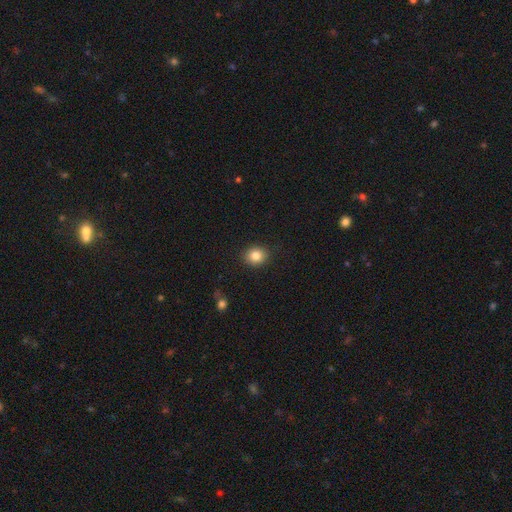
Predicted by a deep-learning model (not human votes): A smooth galaxy with no disk features (84%) that is round (71%).

Vote fractions:
- Smooth or featured? smooth: 84% / star or artifact: 10% / featured or disk: 6%
- How rounded? round: 71% / in between: 28% / cigar-shaped: 1%
- Merging? none: 89% / minor disturbance: 8% / major disturbance: 2% / merger: 1%